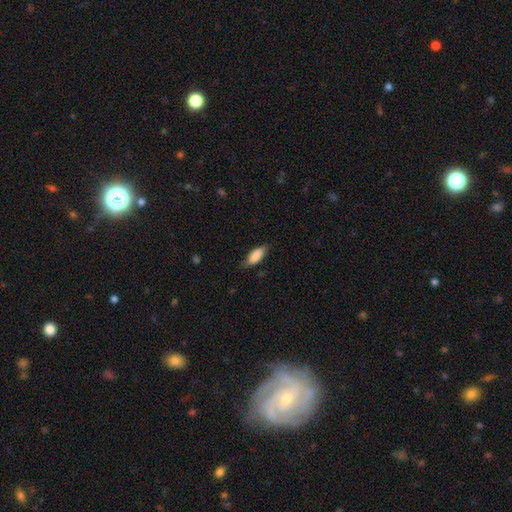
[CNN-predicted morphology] Overall: smooth (82%). How rounded: in between (78%). Merging: none (71%).